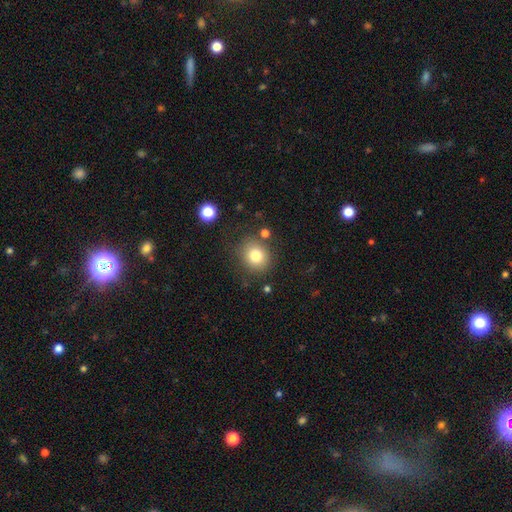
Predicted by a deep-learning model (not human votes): A smooth galaxy with no disk features (79%) that is round (79%). Merging: none (80%).